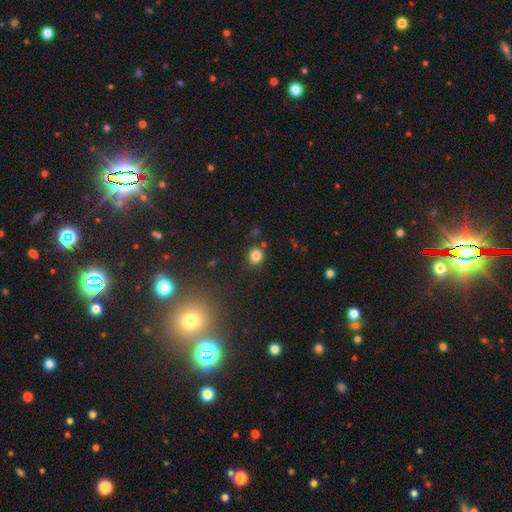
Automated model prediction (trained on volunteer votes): Morphology: type=smooth (82%); roundness=round (70%); merging=none (84%).